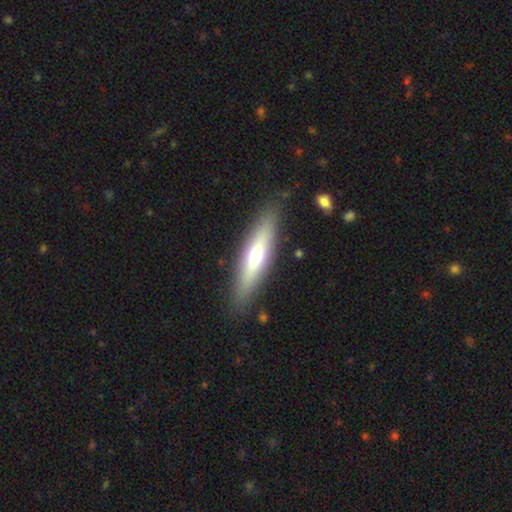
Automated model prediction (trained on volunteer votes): smooth_or_featured: smooth (p=0.53) [alt: featured or disk p=0.42]
how_rounded: cigar-shaped (p=0.77) [alt: in between p=0.21]
merging: none (p=0.86) [alt: minor disturbance p=0.10]